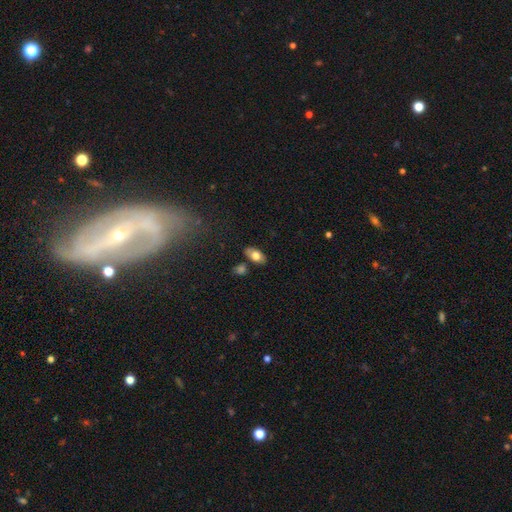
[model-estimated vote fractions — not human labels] A smooth galaxy with no disk features (72%) that is in between round and cigar-shaped (91%). Merging: none (78%).